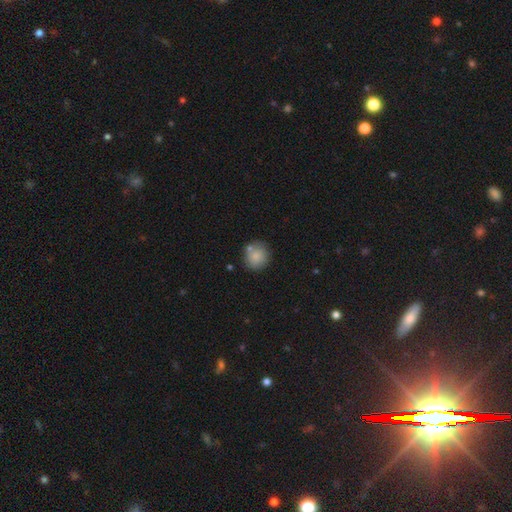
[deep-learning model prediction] Overall: smooth (84%). How rounded: round (88%). Merging: none (74%).